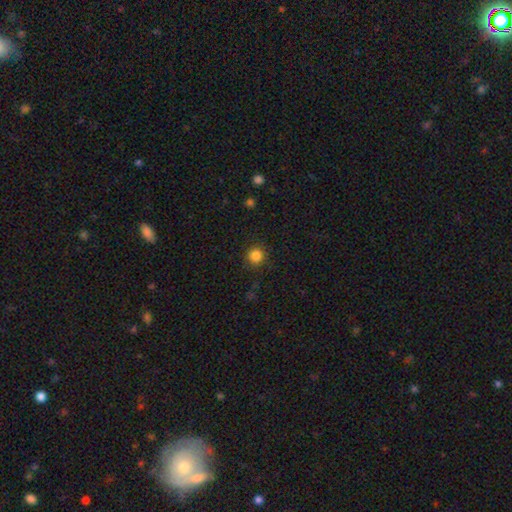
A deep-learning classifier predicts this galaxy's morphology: This is clearly a smooth galaxy (85%). How rounded: clearly round (94%). Merging: clearly none (89%).